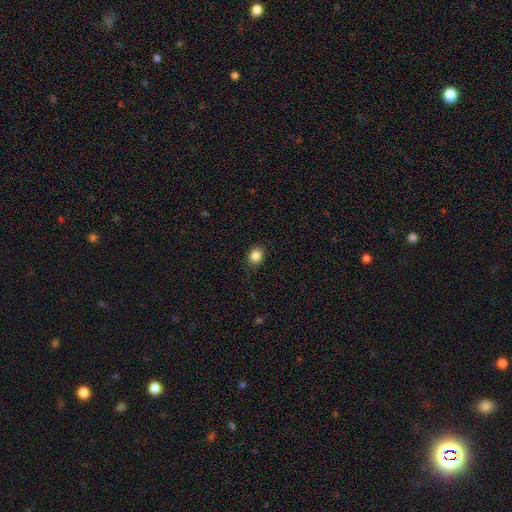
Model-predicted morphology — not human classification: smooth_or_featured: smooth (p=0.85) [alt: star or artifact p=0.10]
how_rounded: round (p=0.61) [alt: in between p=0.38]
merging: none (p=0.87) [alt: minor disturbance p=0.10]